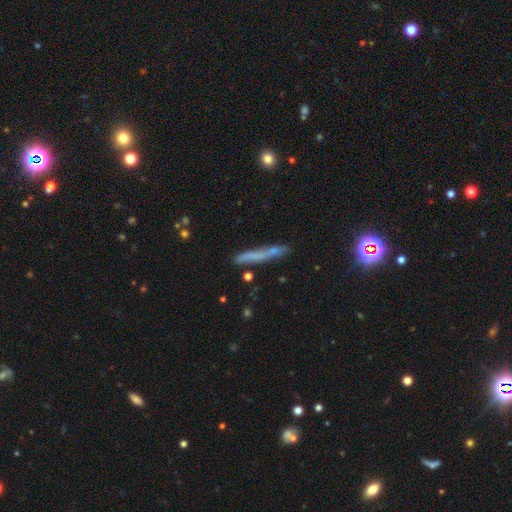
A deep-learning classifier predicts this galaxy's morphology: Smooth or featured?
  - smooth: 54% *
  - featured or disk: 35%
  - star or artifact: 11%
How rounded?
  - cigar-shaped: 94% *
  - in between: 4%
  - round: 2%
Merging?
  - none: 75% *
  - minor disturbance: 16%
  - merger: 5%
  - major disturbance: 4%